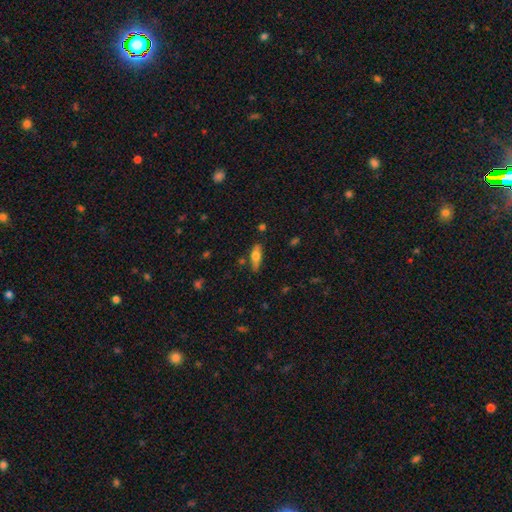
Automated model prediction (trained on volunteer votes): This is likely a smooth galaxy (62%). How rounded: possibly in between (57%). Merging: likely none (77%).